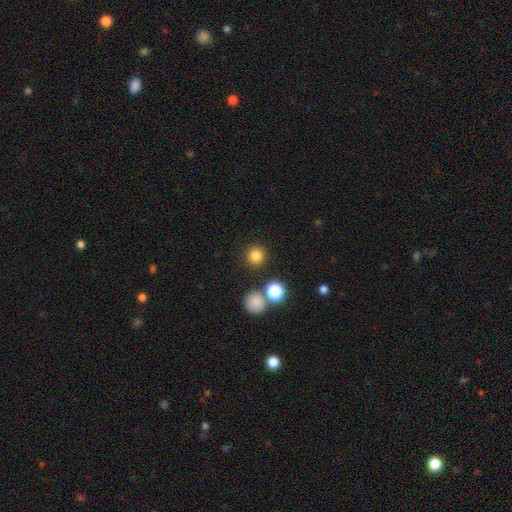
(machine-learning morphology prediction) Smooth or featured?
  - smooth: 81% *
  - star or artifact: 14%
  - featured or disk: 5%
How rounded?
  - round: 94% *
  - in between: 5%
  - cigar-shaped: 1%
Merging?
  - none: 87% *
  - minor disturbance: 6%
  - merger: 4%
  - major disturbance: 3%